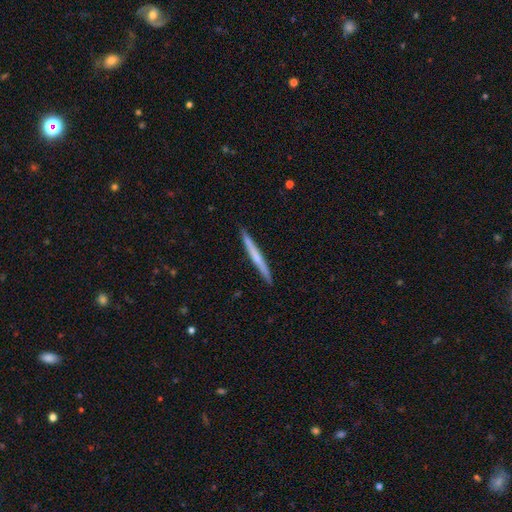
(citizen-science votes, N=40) This appears to be a featured or disk galaxy (55%) viewed edge-on (100%) with no central bulge (64%). Merging: none (84%).